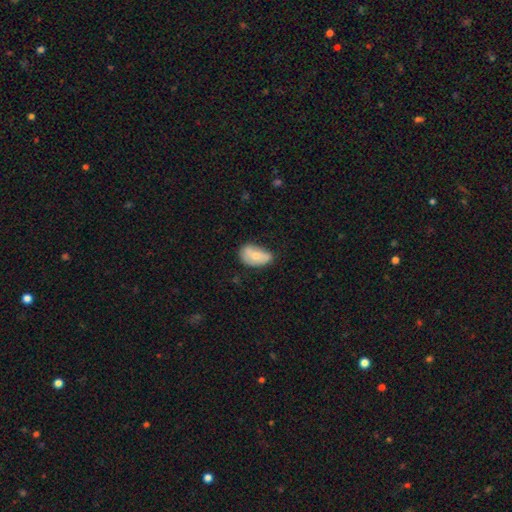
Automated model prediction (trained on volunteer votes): smooth 64%, featured or disk 29%, star or artifact 7%. Down the decision tree: how rounded — in between (88%); merging — none (44%).